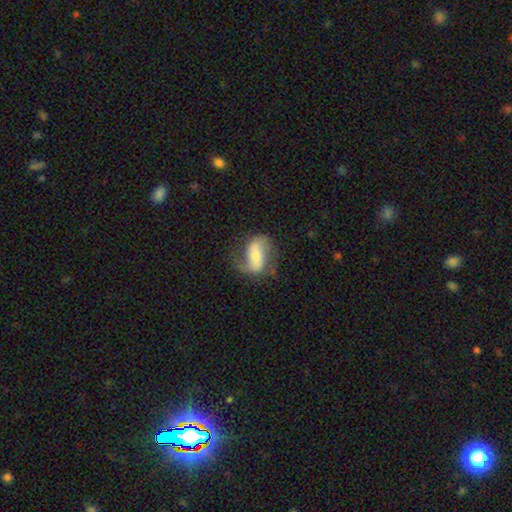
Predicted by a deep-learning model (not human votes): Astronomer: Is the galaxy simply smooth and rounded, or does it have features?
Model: featured or disk — 67%.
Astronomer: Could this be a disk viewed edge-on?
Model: no — 94%.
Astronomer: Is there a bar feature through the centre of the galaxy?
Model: strong — 41% (runner-up: weak, 34%).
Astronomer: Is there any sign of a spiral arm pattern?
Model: yes — 86%.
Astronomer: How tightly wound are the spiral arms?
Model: loose — 54% (runner-up: medium, 34%).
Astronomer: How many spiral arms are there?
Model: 2 — 87%.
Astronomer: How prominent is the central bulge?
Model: moderate — 43% (runner-up: small, 38%).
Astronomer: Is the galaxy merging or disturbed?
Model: none — 61%.